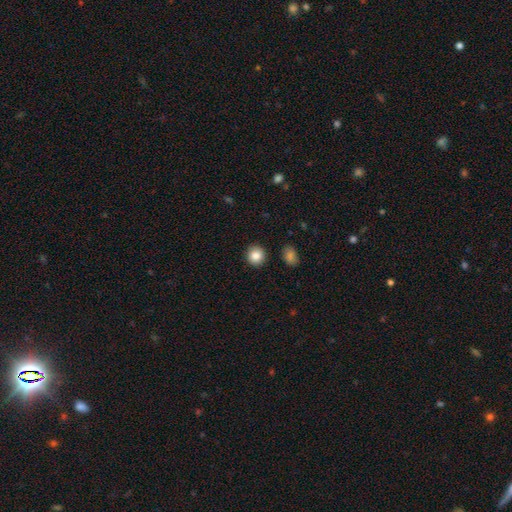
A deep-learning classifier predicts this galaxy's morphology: Smooth or featured? Predicted: smooth (p=0.85). How rounded? Predicted: round (p=0.89). Merging? Predicted: none (p=0.91).